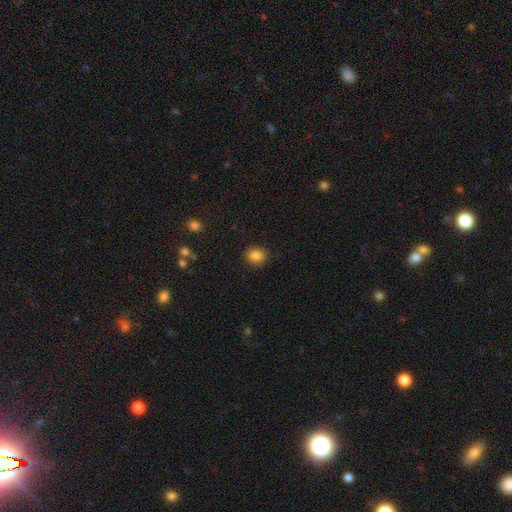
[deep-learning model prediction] A smooth galaxy with no disk features (86%) that is round (58%). Merging: none (89%).